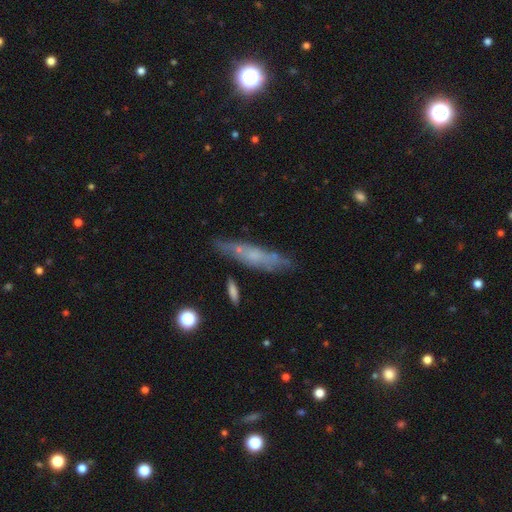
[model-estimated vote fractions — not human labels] The model was most divided on "smooth or featured": featured or disk: 47%, smooth: 45%, star or artifact: 8%. More confident: merging — none (69%).